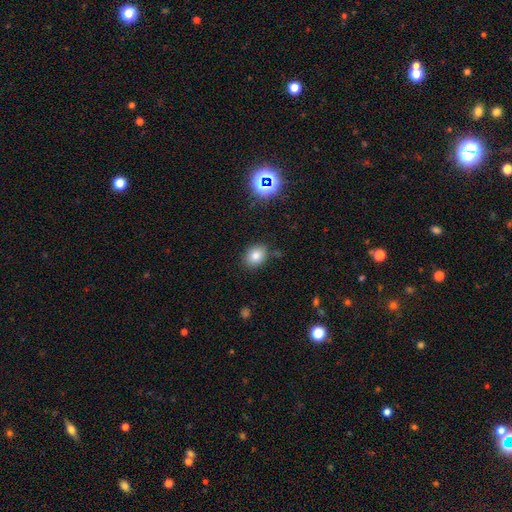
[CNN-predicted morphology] Overall: smooth (80%). How rounded: in between (61%; round 38%). Merging: none (82%).